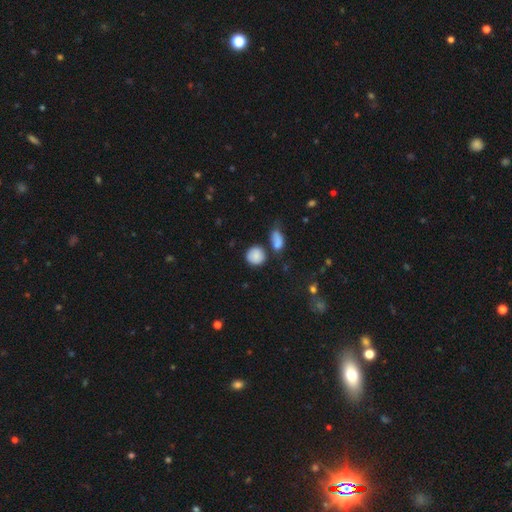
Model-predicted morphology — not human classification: Smooth or featured?
  - smooth: 82% *
  - star or artifact: 9%
  - featured or disk: 9%
How rounded?
  - round: 86% *
  - in between: 12%
  - cigar-shaped: 1%
Merging?
  - none: 66% *
  - merger: 16%
  - minor disturbance: 13%
  - major disturbance: 5%